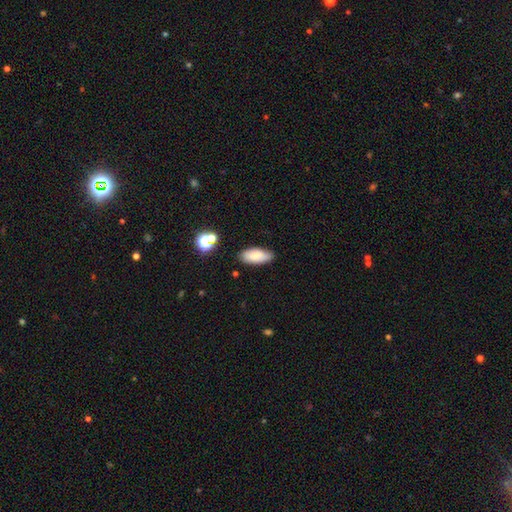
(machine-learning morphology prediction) Smooth or featured: smooth — 79% (featured or disk — 12%)
How rounded: in between — 86% (cigar-shaped — 11%)
Merging: none — 78% (minor disturbance — 17%)